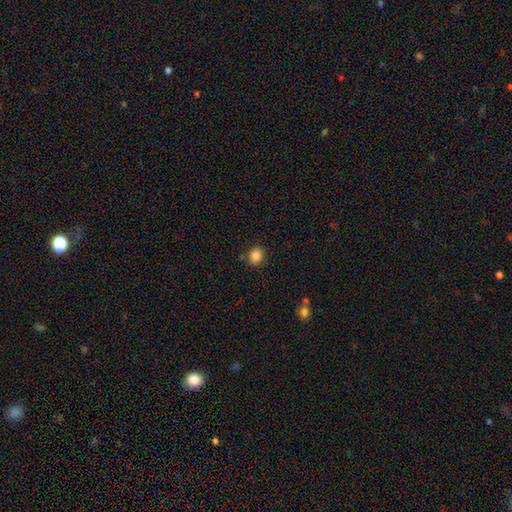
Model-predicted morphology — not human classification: Smooth or featured?
  - smooth: 85% *
  - star or artifact: 10%
  - featured or disk: 4%
How rounded?
  - round: 68% *
  - in between: 31%
  - cigar-shaped: 1%
Merging?
  - none: 84% *
  - minor disturbance: 10%
  - merger: 4%
  - major disturbance: 3%